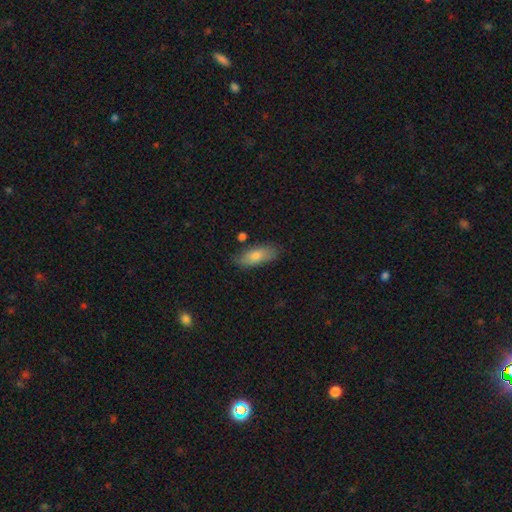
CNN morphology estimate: Smooth or featured? smooth (75%)
How rounded? in between (75%)
Merging? none (78%)